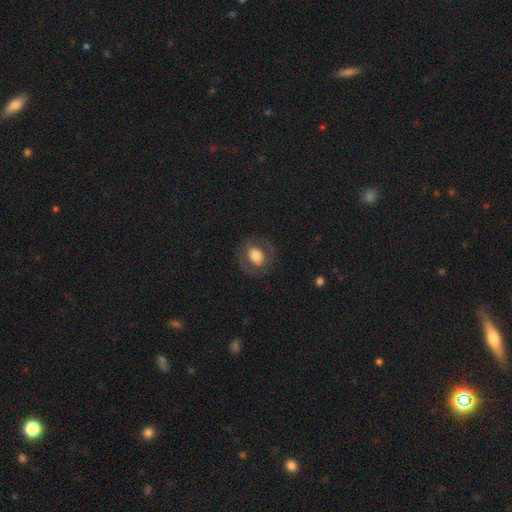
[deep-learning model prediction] Smooth or featured: smooth — 58% (featured or disk — 34%)
How rounded: in between — 50% (round — 49%)
Merging: none — 77% (minor disturbance — 13%)